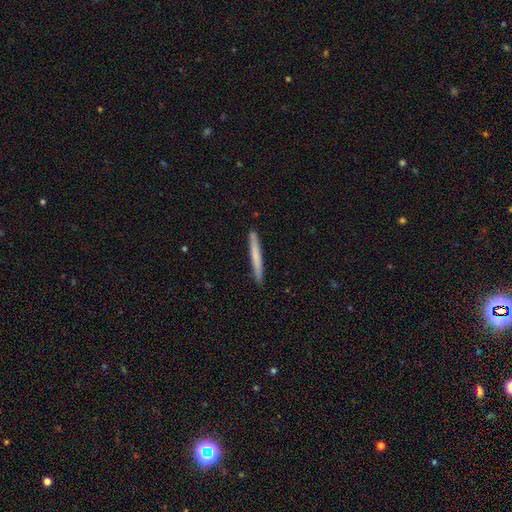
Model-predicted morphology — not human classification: This is likely a smooth galaxy (66%). How rounded: clearly cigar-shaped (97%). Merging: clearly none (91%).